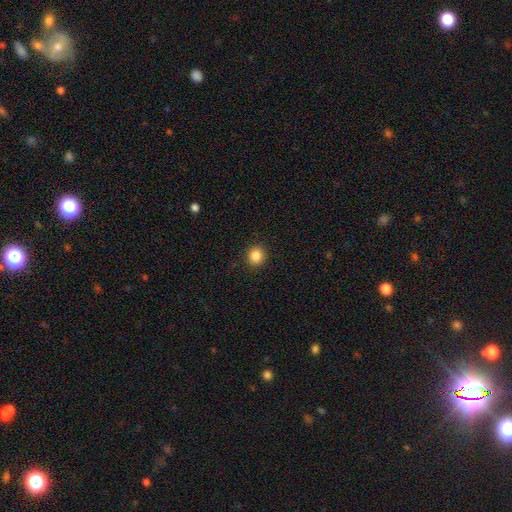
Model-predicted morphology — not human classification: Q: Smooth or featured?
A: smooth (86%); runner-up: star or artifact (10%)
Q: How rounded?
A: round (90%); runner-up: in between (9%)
Q: Merging?
A: none (92%); runner-up: minor disturbance (5%)